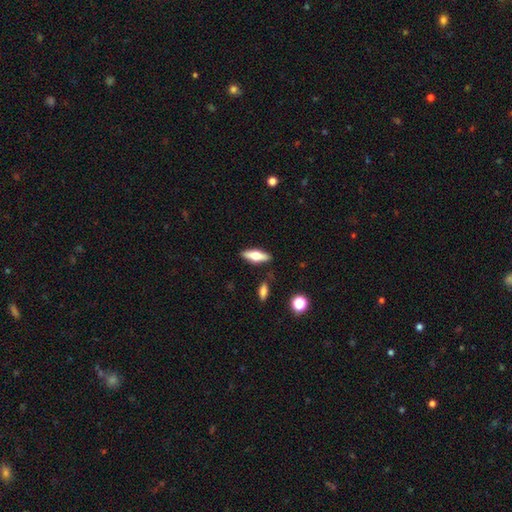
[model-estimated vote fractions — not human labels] A smooth galaxy with no disk features (51%) that is in between round and cigar-shaped (53%). Merging: none (86%).